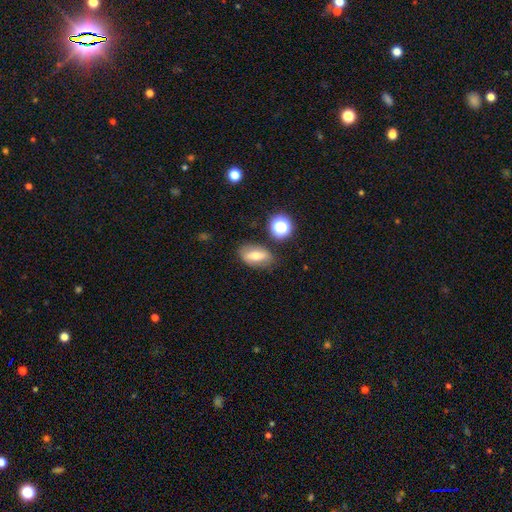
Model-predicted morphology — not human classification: Overall: smooth (53%; featured or disk 35%). How rounded: in between (80%). Merging: none (78%).